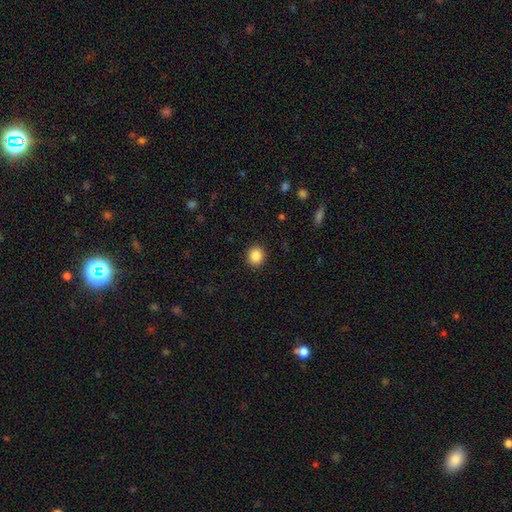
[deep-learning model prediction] A smooth galaxy with no disk features (87%) that is round (83%).

Vote fractions:
- Smooth or featured? smooth: 87% / star or artifact: 10% / featured or disk: 4%
- How rounded? round: 83% / in between: 16% / cigar-shaped: 1%
- Merging? none: 91% / minor disturbance: 6% / major disturbance: 2% / merger: 1%